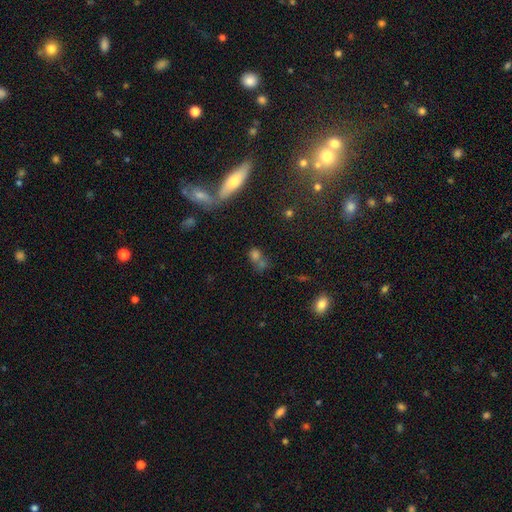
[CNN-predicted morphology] Smooth or featured? Predicted: smooth (p=0.61). How rounded? Predicted: in between (p=0.51). Merging? Predicted: none (p=0.47).